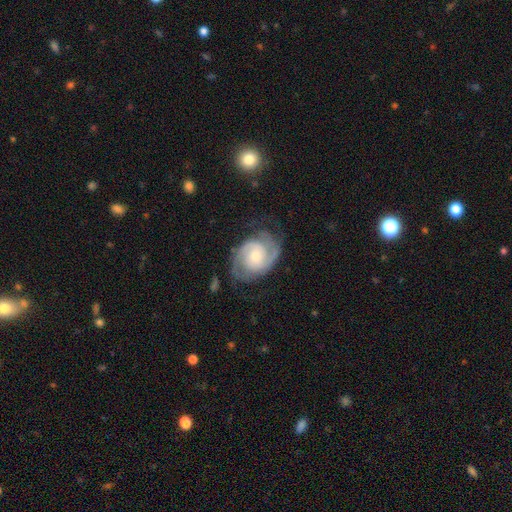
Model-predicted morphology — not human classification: featured or disk 85%, smooth 10%, star or artifact 5%. Down the decision tree: edge-on disk — no (98%); bar — no (65%); spiral arms — yes (96%); spiral arm count — 2 (79%); spiral winding — tight (47%); bulge size — small (52%); merging — none (65%).